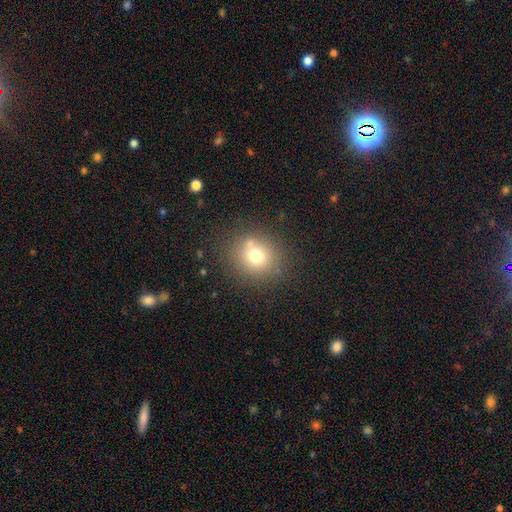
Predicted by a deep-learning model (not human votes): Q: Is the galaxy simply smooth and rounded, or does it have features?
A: smooth — 70%.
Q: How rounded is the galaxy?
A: round — 83%.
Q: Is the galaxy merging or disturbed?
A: none — 77%.